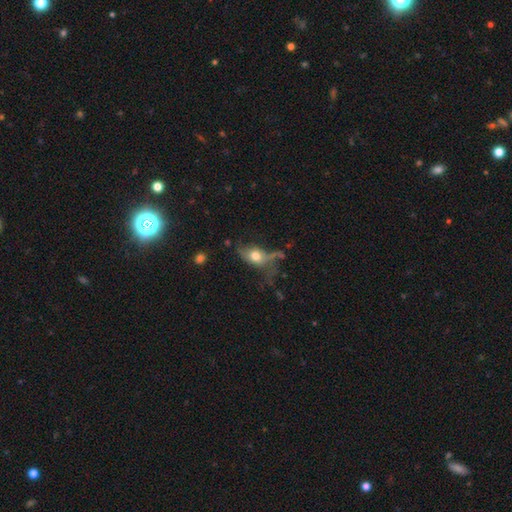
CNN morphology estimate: Smooth or featured?
  - smooth: 56% *
  - featured or disk: 34%
  - star or artifact: 10%
How rounded?
  - in between: 75% *
  - round: 18%
  - cigar-shaped: 7%
Merging?
  - none: 40% *
  - major disturbance: 27%
  - minor disturbance: 25%
  - merger: 8%